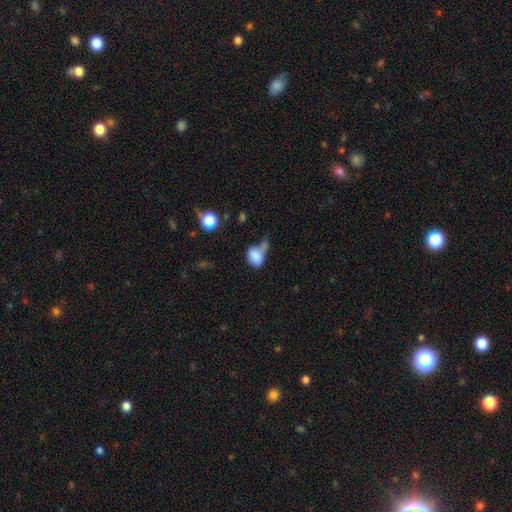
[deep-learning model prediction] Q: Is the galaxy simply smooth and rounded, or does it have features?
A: smooth — 79%.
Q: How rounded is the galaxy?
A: in between — 73%.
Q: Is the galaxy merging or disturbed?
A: merger — 33%.